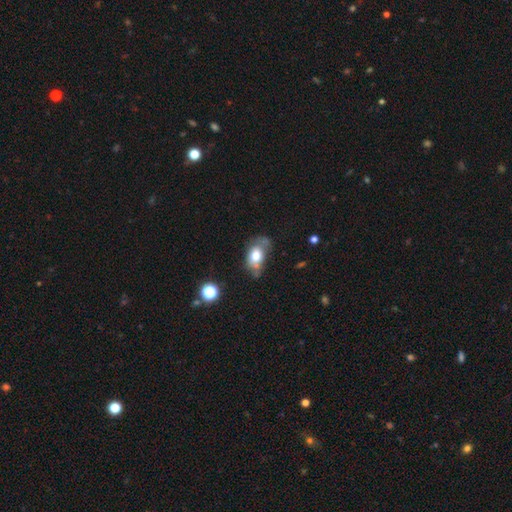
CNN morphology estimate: type=smooth (66%); roundness=in between (84%); merging=none (38%).